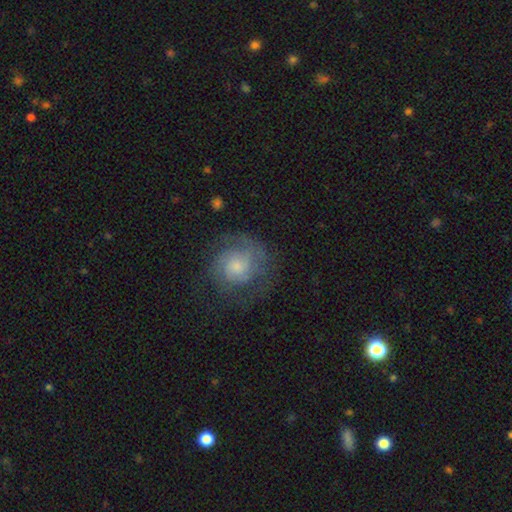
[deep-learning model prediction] A featured or disk galaxy (61%) with no bar (76%), 2 (39%) tight (55%) spiral arms (85%) and a small central bulge (45%). Merging: none (68%).